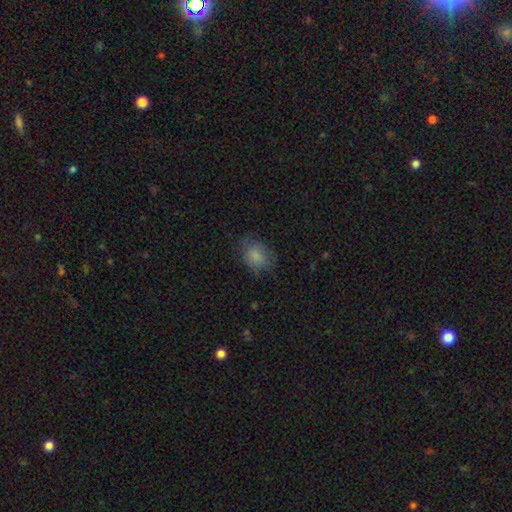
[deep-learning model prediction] smooth_or_featured: smooth (p=0.81) [alt: star or artifact p=0.09]
how_rounded: in between (p=0.54) [alt: round p=0.45]
merging: none (p=0.67) [alt: minor disturbance p=0.23]